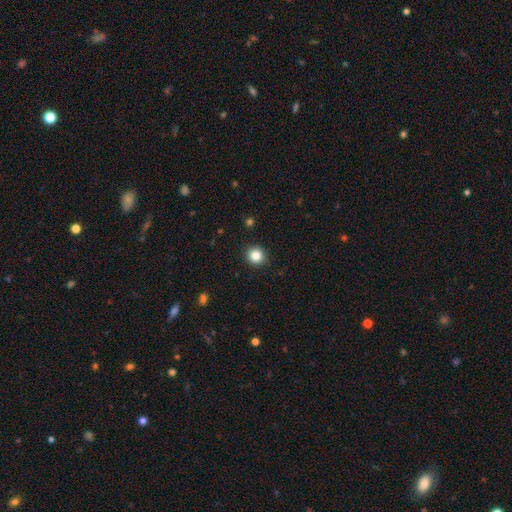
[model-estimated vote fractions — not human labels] Smooth or featured: smooth — 85% (star or artifact — 11%)
How rounded: round — 92% (in between — 7%)
Merging: none — 92% (minor disturbance — 5%)